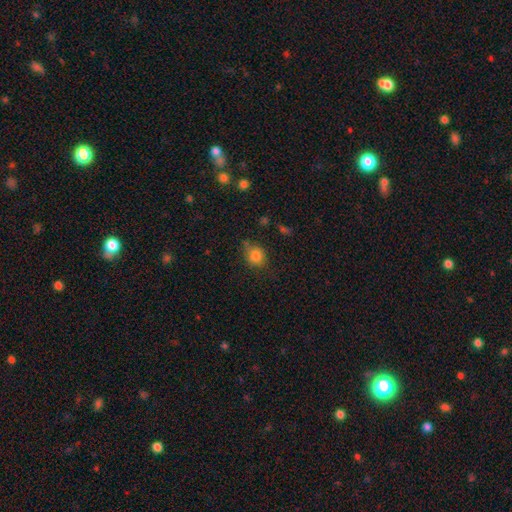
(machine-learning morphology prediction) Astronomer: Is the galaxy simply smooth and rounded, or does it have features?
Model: smooth — 82%.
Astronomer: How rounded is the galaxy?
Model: round — 66%.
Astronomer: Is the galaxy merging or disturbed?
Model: none — 62%.